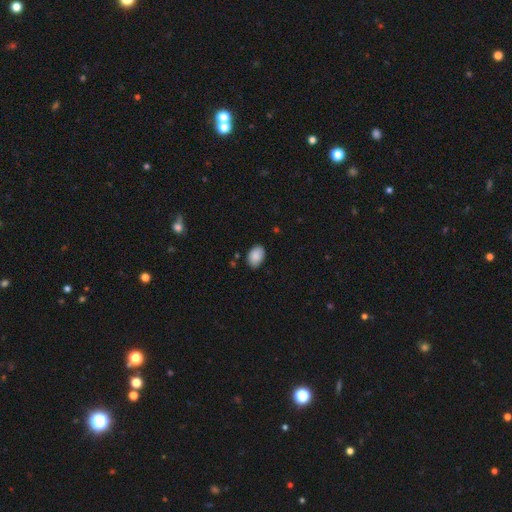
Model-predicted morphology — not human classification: A smooth galaxy with no disk features (89%) that is in between round and cigar-shaped (86%). Merging: none (82%).